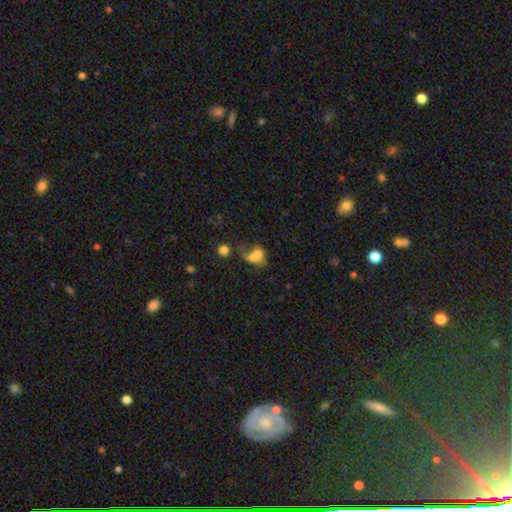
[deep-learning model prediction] smooth_or_featured: smooth (p=0.62) [alt: featured or disk p=0.24]
how_rounded: in between (p=0.64) [alt: round p=0.33]
merging: merger (p=0.53) [alt: none p=0.19]